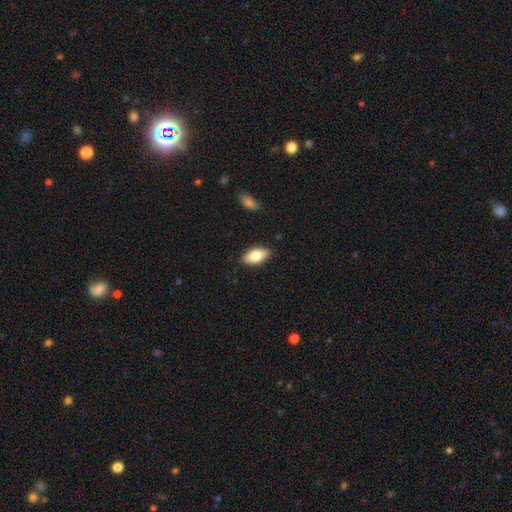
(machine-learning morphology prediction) A smooth galaxy with no disk features (79%) that is in between round and cigar-shaped (89%).

Vote fractions:
- Smooth or featured? smooth: 79% / featured or disk: 15% / star or artifact: 6%
- How rounded? in between: 89% / cigar-shaped: 8% / round: 3%
- Merging? none: 87% / minor disturbance: 9% / major disturbance: 2% / merger: 1%